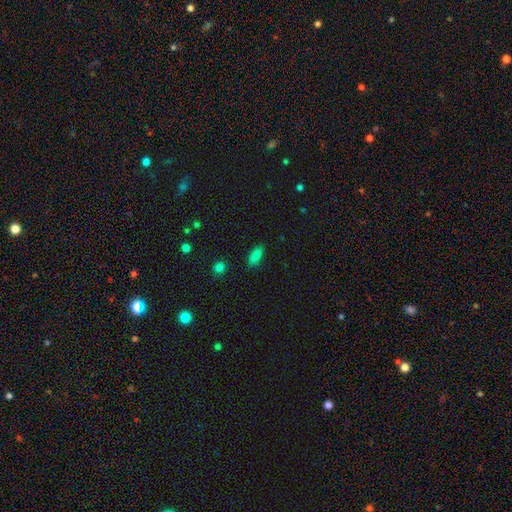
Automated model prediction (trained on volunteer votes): smooth_or_featured: smooth (p=0.83) [alt: star or artifact p=0.10]
how_rounded: in between (p=0.79) [alt: cigar-shaped p=0.18]
merging: none (p=0.86) [alt: minor disturbance p=0.10]